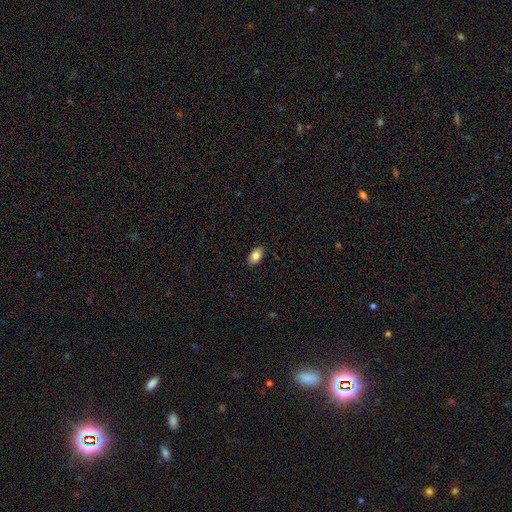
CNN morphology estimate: Smooth or featured? Predicted: smooth (p=0.82). How rounded? Predicted: in between (p=0.93). Merging? Predicted: none (p=0.90).